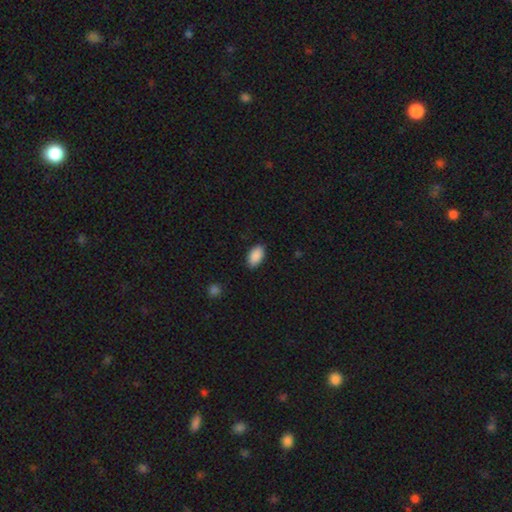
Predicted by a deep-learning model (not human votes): Morphology: type=smooth (90%); roundness=in between (94%); merging=none (87%).